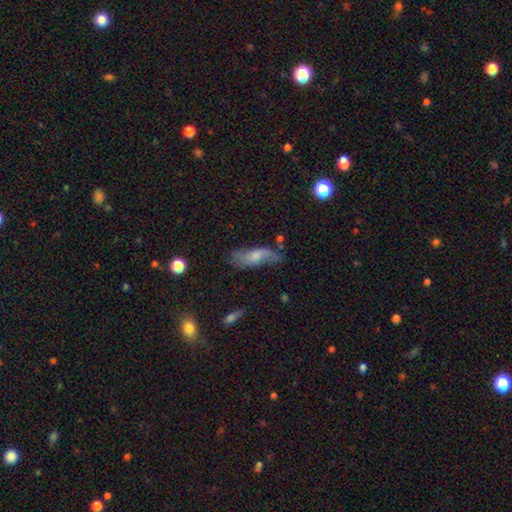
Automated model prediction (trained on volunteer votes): This appears to be a featured or disk galaxy (55%). Merging: none (61%).